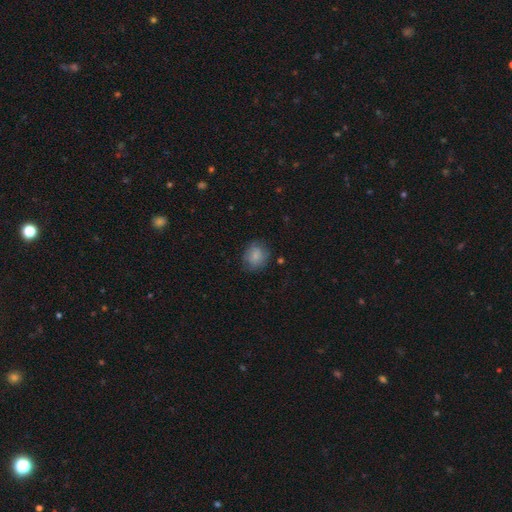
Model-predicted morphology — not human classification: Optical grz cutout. It shows a smooth galaxy with no disk features (77%) that is round (69%). Merging: none (70%).